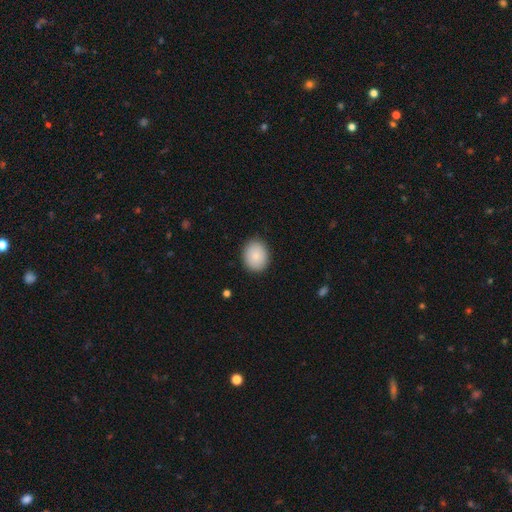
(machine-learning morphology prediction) smooth-or-featured: smooth: 84% | featured or disk: 8% | star or artifact: 7%
  how-rounded: round: 58% | in between: 42% | cigar-shaped: 1%
  merging: none: 89% | minor disturbance: 8% | major disturbance: 2% | merger: 1%